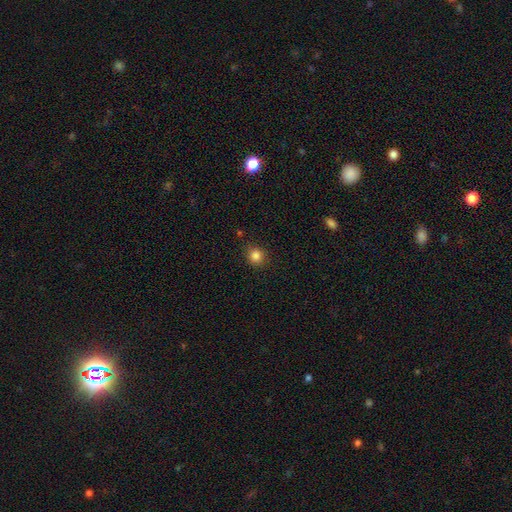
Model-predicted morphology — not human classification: A smooth galaxy with no disk features (84%) that is round (88%).

Vote fractions:
- Smooth or featured? smooth: 84% / star or artifact: 12% / featured or disk: 4%
- How rounded? round: 88% / in between: 11% / cigar-shaped: 1%
- Merging? none: 88% / minor disturbance: 8% / major disturbance: 2% / merger: 2%